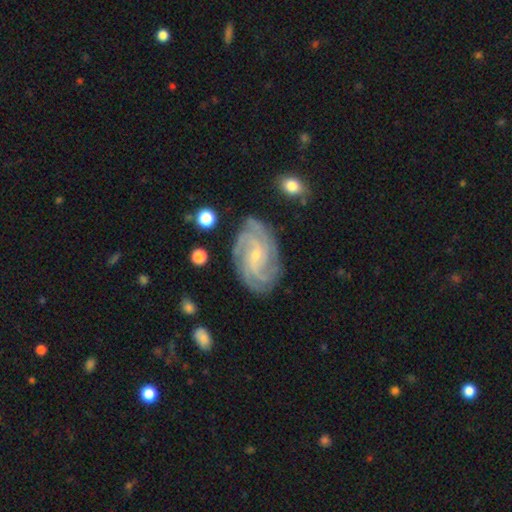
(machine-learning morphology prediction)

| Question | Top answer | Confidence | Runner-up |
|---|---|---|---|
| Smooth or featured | featured or disk | 89% | smooth (5%) |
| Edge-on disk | no | 97% | yes (3%) |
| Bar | no | 55% | weak (35%) |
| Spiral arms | yes | 98% | no (2%) |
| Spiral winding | tight | 65% | medium (30%) |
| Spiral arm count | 4 | 35% | 3 (21%) |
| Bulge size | small | 80% | moderate (17%) |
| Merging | none | 80% | minor disturbance (14%) |